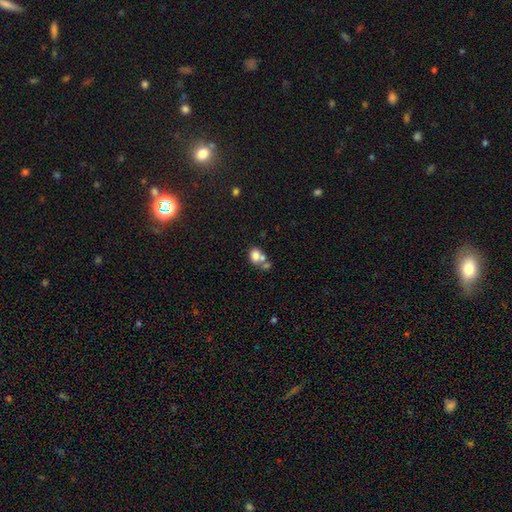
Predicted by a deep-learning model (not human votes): A smooth galaxy with no disk features (74%) that is in between round and cigar-shaped (55%).

Vote fractions:
- Smooth or featured? smooth: 74% / featured or disk: 15% / star or artifact: 11%
- How rounded? in between: 55% / round: 44% / cigar-shaped: 1%
- Merging? merger: 52% / none: 33% / minor disturbance: 10% / major disturbance: 6%